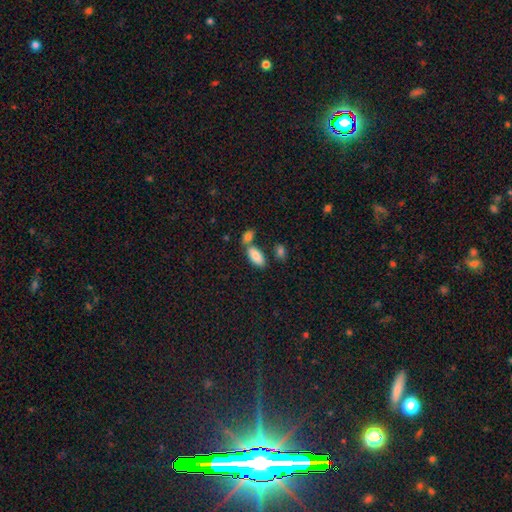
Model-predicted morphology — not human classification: Smooth or featured?
  - smooth: 86% *
  - featured or disk: 7%
  - star or artifact: 7%
How rounded?
  - in between: 92% *
  - cigar-shaped: 6%
  - round: 2%
Merging?
  - none: 54% *
  - merger: 31%
  - minor disturbance: 12%
  - major disturbance: 4%